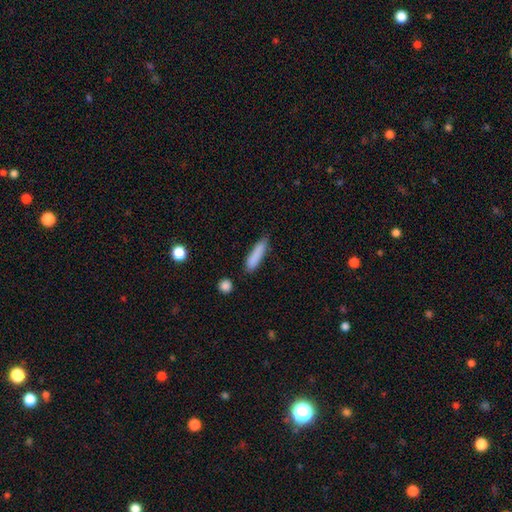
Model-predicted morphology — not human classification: This is clearly a smooth galaxy (85%). How rounded: likely cigar-shaped (79%). Merging: likely none (77%).